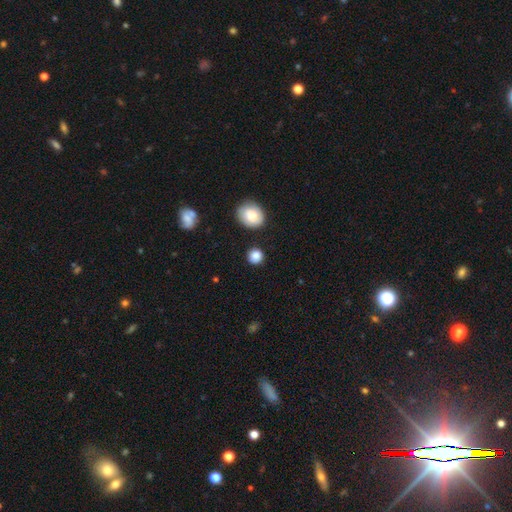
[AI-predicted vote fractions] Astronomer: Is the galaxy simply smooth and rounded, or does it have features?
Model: smooth — 85%.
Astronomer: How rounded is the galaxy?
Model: round — 90%.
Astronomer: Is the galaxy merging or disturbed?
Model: none — 85%.